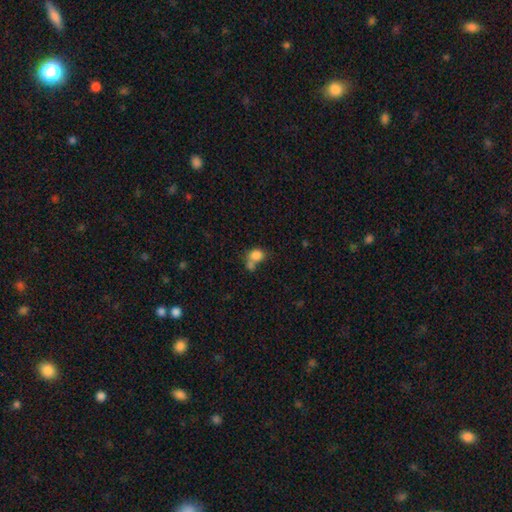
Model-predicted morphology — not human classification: A smooth galaxy with no disk features (81%) that is in between round and cigar-shaped (51%).

Vote fractions:
- Smooth or featured? smooth: 81% / star or artifact: 10% / featured or disk: 9%
- How rounded? in between: 51% / round: 48% / cigar-shaped: 1%
- Merging? merger: 50% / none: 31% / minor disturbance: 11% / major disturbance: 7%